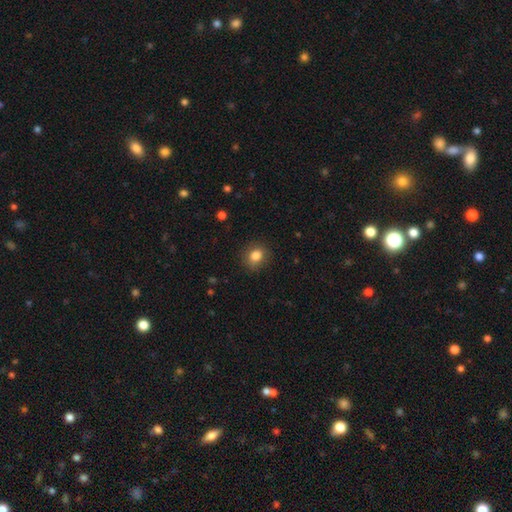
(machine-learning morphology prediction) smooth 84%, star or artifact 10%, featured or disk 6%. Down the decision tree: how rounded — round (66%); merging — none (86%).